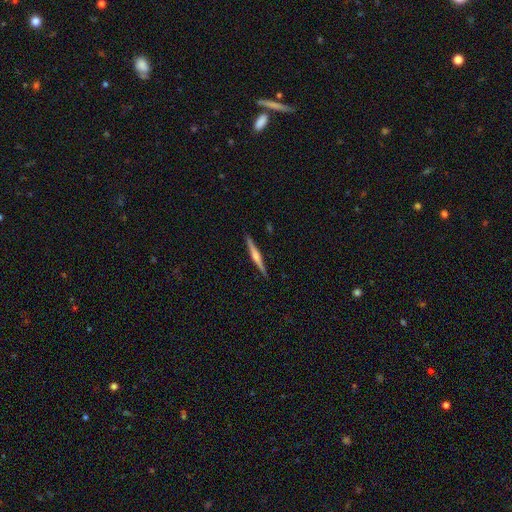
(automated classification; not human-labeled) smooth-or-featured: featured or disk: 72% | smooth: 23% | star or artifact: 6%
  disk-edge-on: yes: 98% | no: 2%
    edge-on-bulge: rounded: 76% | boxy: 14% | none: 10%
  merging: none: 92% | minor disturbance: 6% | major disturbance: 1% | merger: 1%